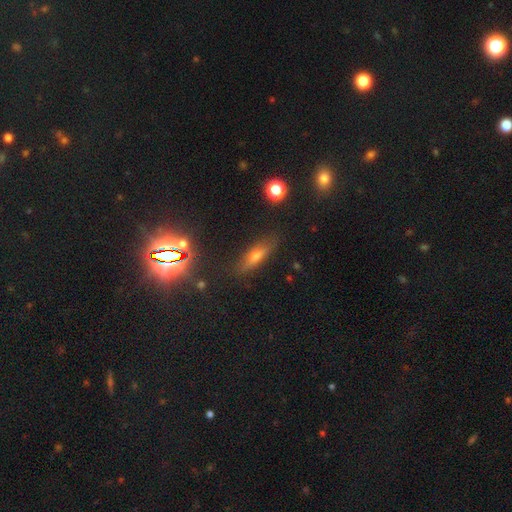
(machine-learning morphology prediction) Smooth or featured? smooth (43%)
Merging? none (82%)